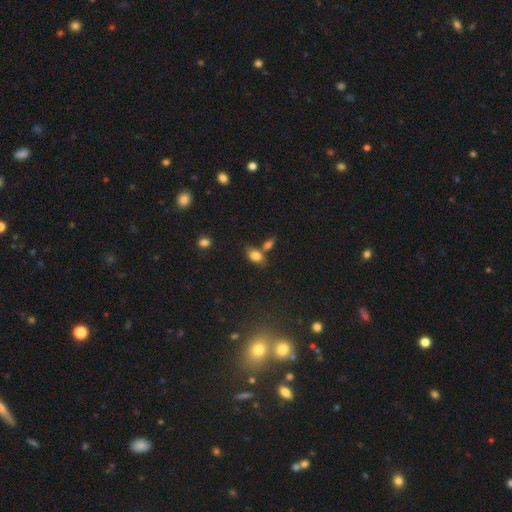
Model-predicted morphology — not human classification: The model was most divided on "merging": none: 49%, merger: 31%, minor disturbance: 15%, major disturbance: 5%. More confident: how rounded — in between (86%); smooth or featured — smooth (79%).